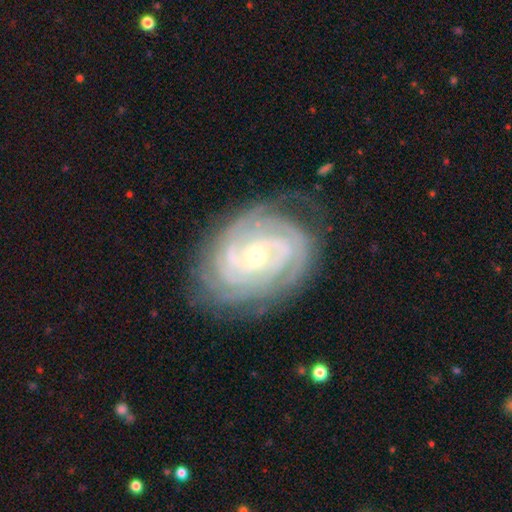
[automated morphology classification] Overall: featured or disk (89%). Edge-on disk: no (97%). Bar: no (62%; weak 27%). Spiral arms: yes (98%). Spiral arm count: can't tell (24%; 4 22%). Spiral winding: tight (82%). Bulge size: small (72%). Merging: none (77%).